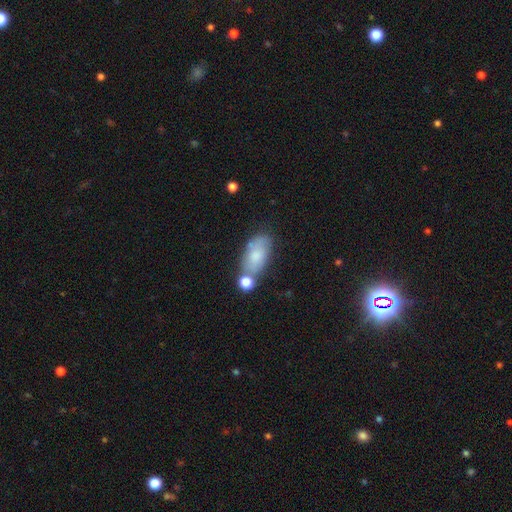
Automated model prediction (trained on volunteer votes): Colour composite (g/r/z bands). It shows a smooth galaxy with no disk features (64%) that is in between round and cigar-shaped (88%). Merging: none (55%).